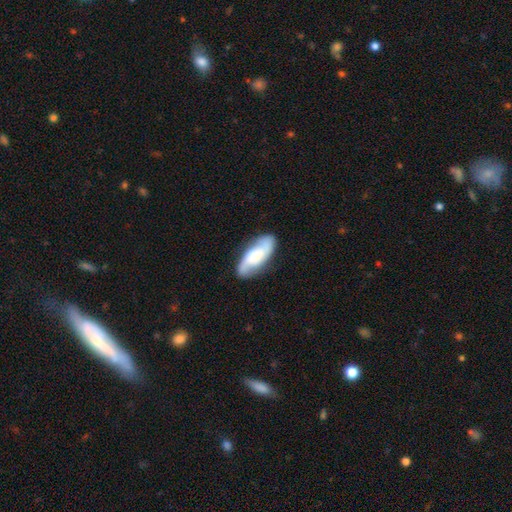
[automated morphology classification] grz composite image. It shows a featured or disk galaxy (59%) with no bar (56%), spiral arms (92%) and a moderate central bulge (32%). Merging: none (81%).